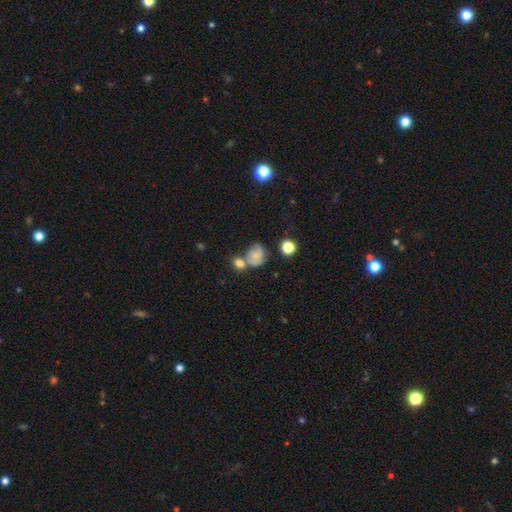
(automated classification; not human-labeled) A smooth galaxy with no disk features (56%) that is round (56%). Merging: none (40%).